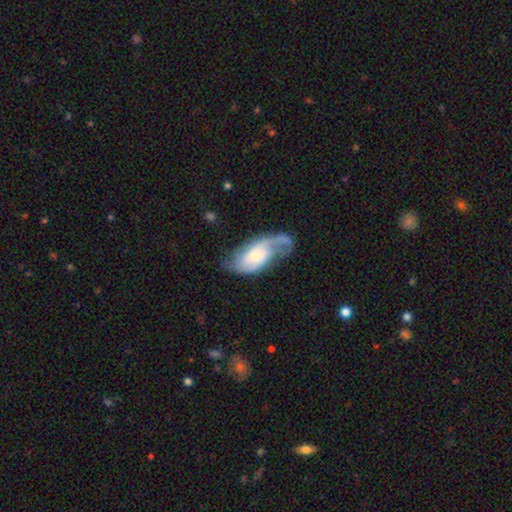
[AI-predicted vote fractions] This appears to be a featured or disk galaxy (74%) with no bar (60%), 2 (59%) loose (47%) spiral arms (91%) and a small central bulge (47%). Merging: none (43%).